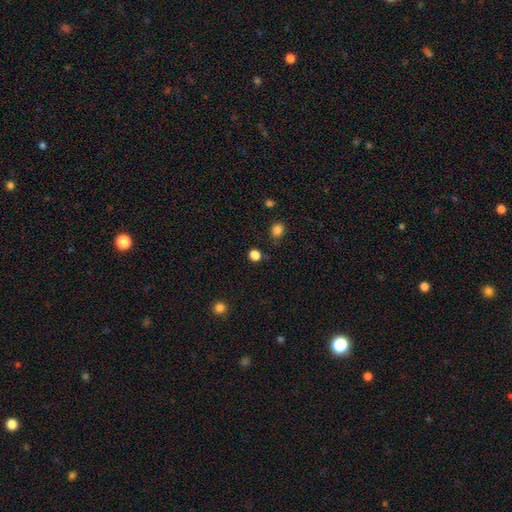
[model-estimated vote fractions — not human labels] smooth-or-featured: smooth: 79% | star or artifact: 18% | featured or disk: 3%
  how-rounded: round: 78% | in between: 21% | cigar-shaped: 1%
  merging: none: 85% | minor disturbance: 9% | major disturbance: 3% | merger: 3%